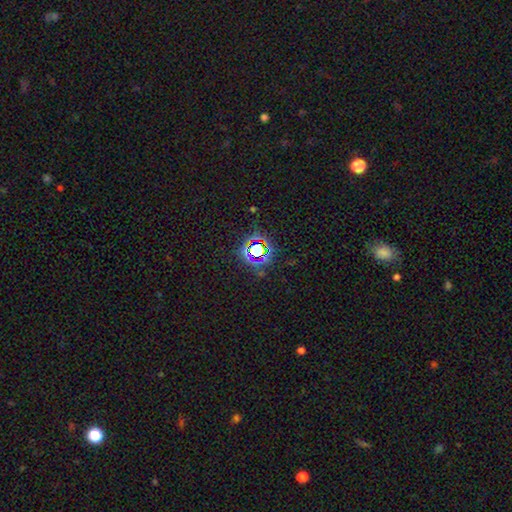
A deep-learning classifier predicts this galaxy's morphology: Smooth or featured: star or artifact — 72% (smooth — 18%)